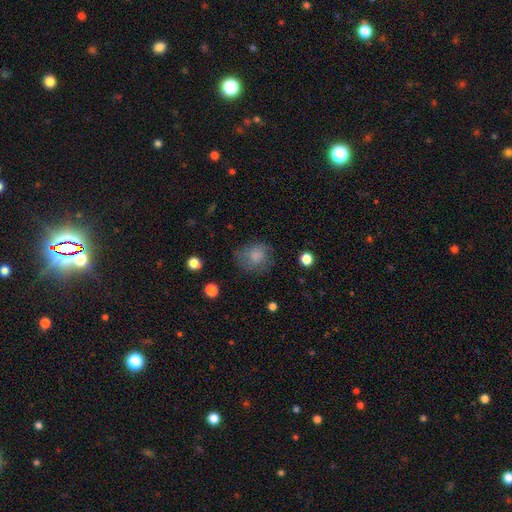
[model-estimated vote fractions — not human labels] Smooth or featured? Predicted: smooth (p=0.76). How rounded? Predicted: round (p=0.69). Merging? Predicted: none (p=0.60).